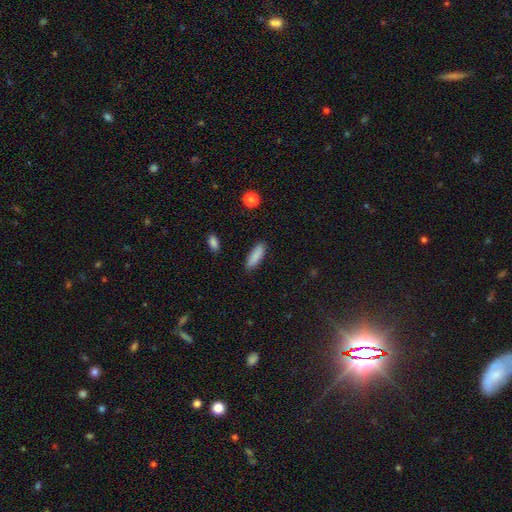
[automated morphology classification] The model was most divided on "how rounded": cigar-shaped: 50%, in between: 48%, round: 2%. More confident: smooth or featured — smooth (88%); merging — none (87%).